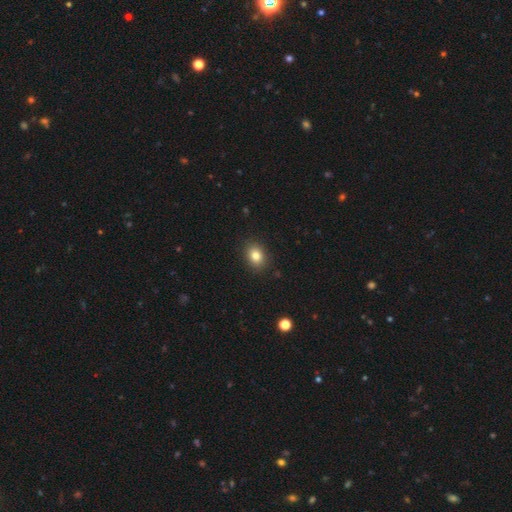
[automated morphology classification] Overall: smooth (82%). How rounded: in between (57%; round 42%). Merging: none (88%).